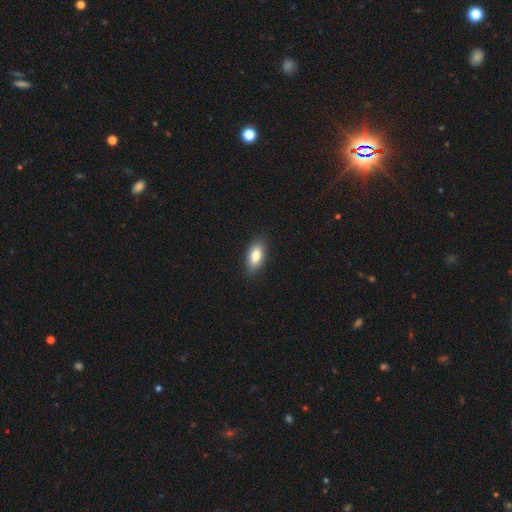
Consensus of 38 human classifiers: A smooth galaxy with no disk features (84%) that is in between round and cigar-shaped (91%).

Vote fractions:
- Smooth or featured? smooth: 84% / featured or disk: 11% / star or artifact: 5%
- How rounded? in between: 91% / cigar-shaped: 6% / round: 3%
- Merging? none: 83% / minor disturbance: 11% / merger: 6% / major disturbance: 0%